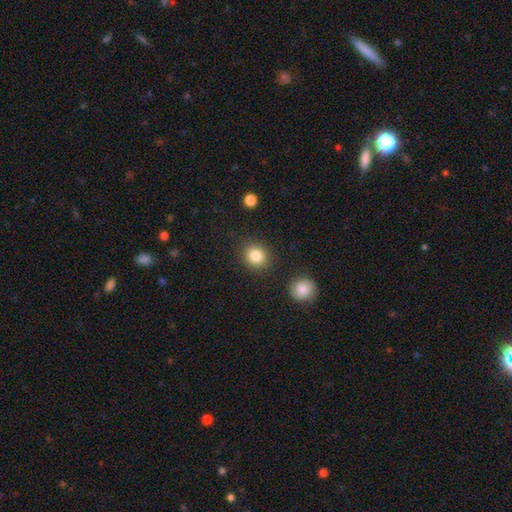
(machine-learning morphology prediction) A smooth galaxy with no disk features (84%) that is round (84%). Merging: none (87%).